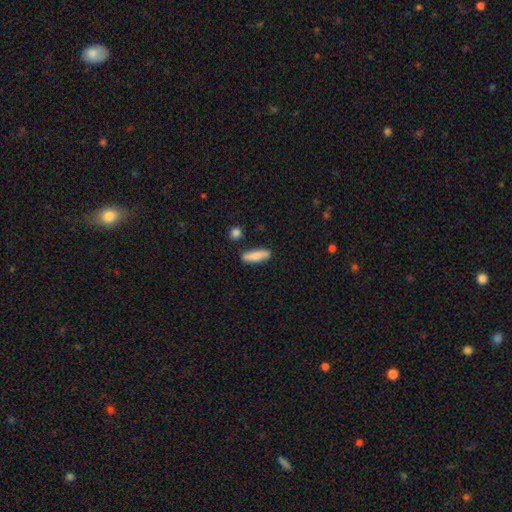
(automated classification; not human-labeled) smooth_or_featured: smooth (p=0.81) [alt: featured or disk p=0.13]
how_rounded: cigar-shaped (p=0.57) [alt: in between p=0.41]
merging: none (p=0.82) [alt: minor disturbance p=0.12]